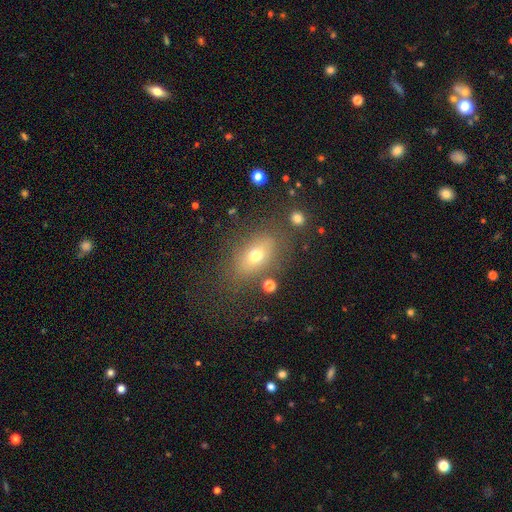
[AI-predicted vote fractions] Smooth or featured: smooth — 66% (featured or disk — 20%)
How rounded: in between — 79% (round — 16%)
Merging: none — 75% (minor disturbance — 14%)